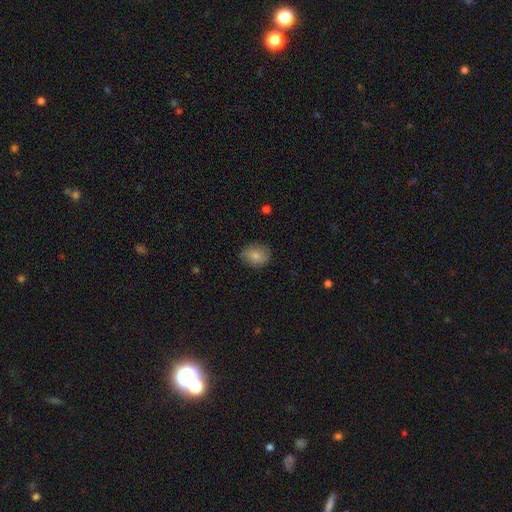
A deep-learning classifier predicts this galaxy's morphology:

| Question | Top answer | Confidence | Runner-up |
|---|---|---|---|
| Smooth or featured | smooth | 77% | featured or disk (16%) |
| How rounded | in between | 53% | round (46%) |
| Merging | none | 76% | minor disturbance (19%) |